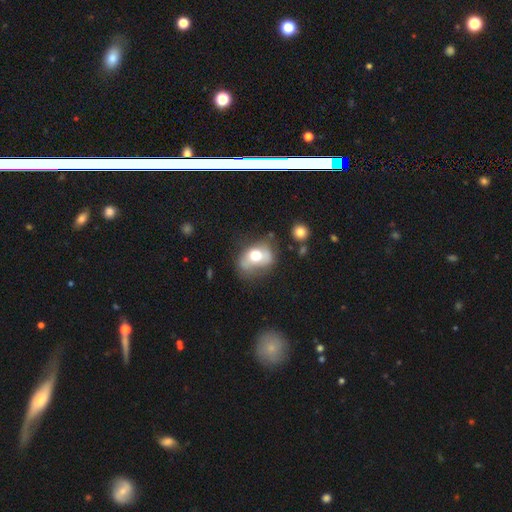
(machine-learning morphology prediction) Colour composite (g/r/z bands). It shows a smooth galaxy with no disk features (61%) that is in between round and cigar-shaped (71%). Merging: none (43%).